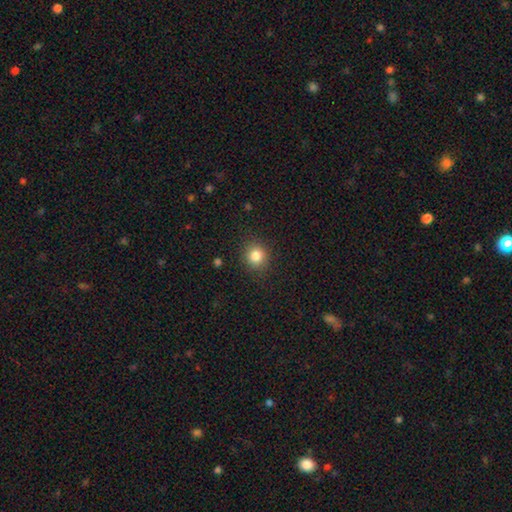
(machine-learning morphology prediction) Smooth or featured?
  - smooth: 83% *
  - star or artifact: 11%
  - featured or disk: 6%
How rounded?
  - round: 86% *
  - in between: 13%
  - cigar-shaped: 1%
Merging?
  - none: 88% *
  - minor disturbance: 8%
  - major disturbance: 3%
  - merger: 1%